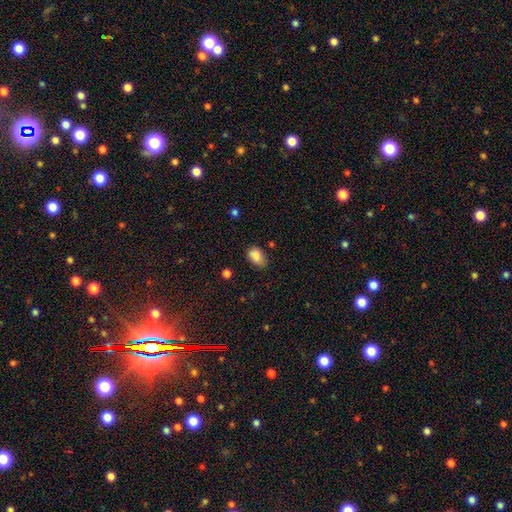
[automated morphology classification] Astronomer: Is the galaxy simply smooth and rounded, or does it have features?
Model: smooth — 86%.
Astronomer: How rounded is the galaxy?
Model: in between — 83%.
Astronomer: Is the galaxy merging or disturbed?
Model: none — 64%.